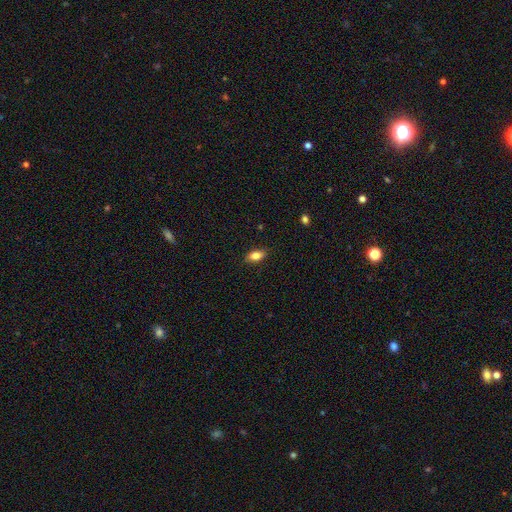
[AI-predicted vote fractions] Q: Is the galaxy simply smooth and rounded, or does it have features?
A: smooth — 79%.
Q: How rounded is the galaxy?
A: in between — 86%.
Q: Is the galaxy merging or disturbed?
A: none — 87%.